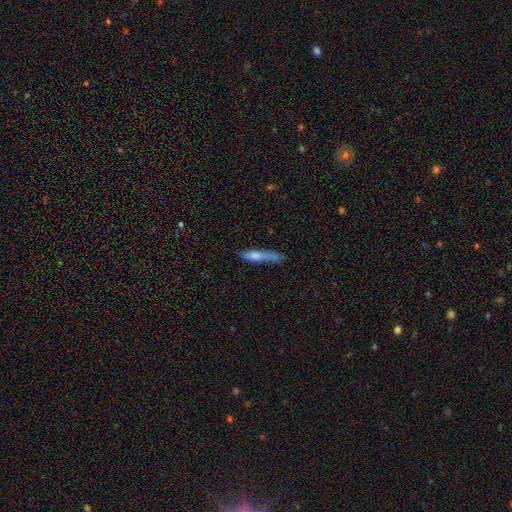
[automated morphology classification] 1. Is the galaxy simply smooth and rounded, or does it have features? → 60% smooth, 32% featured or disk, 9% star or artifact.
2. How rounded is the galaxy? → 88% cigar-shaped, 10% in between, 2% round.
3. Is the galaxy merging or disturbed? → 53% none, 26% minor disturbance, 12% major disturbance, 9% merger.